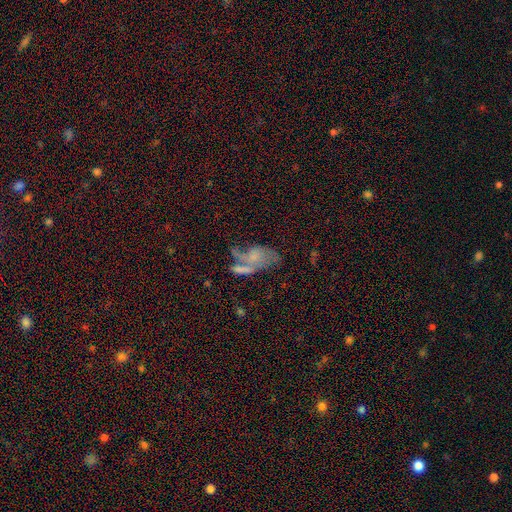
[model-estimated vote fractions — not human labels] Morphology: type=smooth (43%, tied with featured or disk); merging=merger (44%).